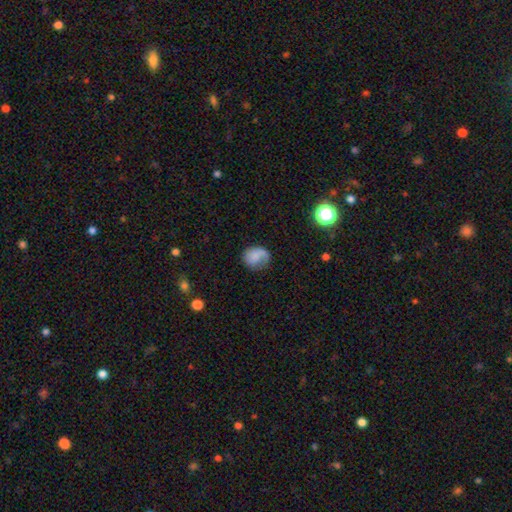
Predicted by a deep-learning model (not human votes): Q: Smooth or featured?
A: smooth (64%); runner-up: featured or disk (27%)
Q: How rounded?
A: round (65%); runner-up: in between (34%)
Q: Merging?
A: none (51%); runner-up: minor disturbance (25%)